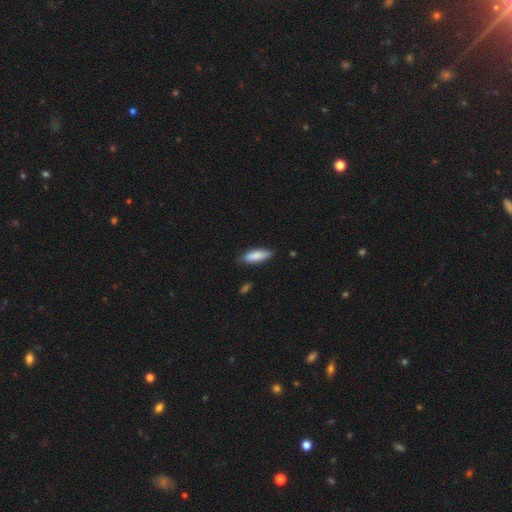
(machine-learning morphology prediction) Smooth or featured?
  - smooth: 85% *
  - featured or disk: 9%
  - star or artifact: 6%
How rounded?
  - in between: 66% *
  - cigar-shaped: 32%
  - round: 2%
Merging?
  - none: 80% *
  - minor disturbance: 16%
  - major disturbance: 2%
  - merger: 1%